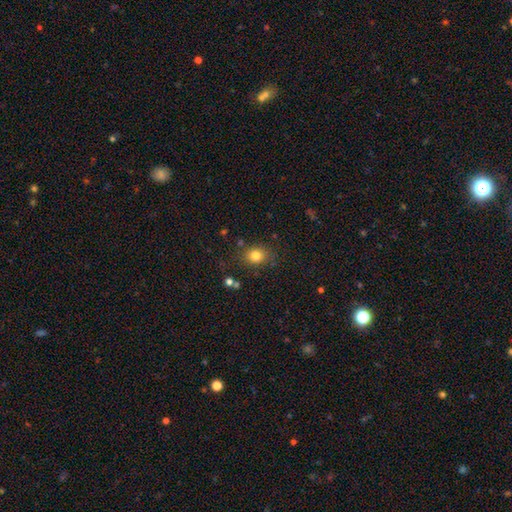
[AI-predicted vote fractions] smooth_or_featured: smooth (p=0.81) [alt: star or artifact p=0.12]
how_rounded: round (p=0.64) [alt: in between p=0.35]
merging: none (p=0.80) [alt: minor disturbance p=0.12]